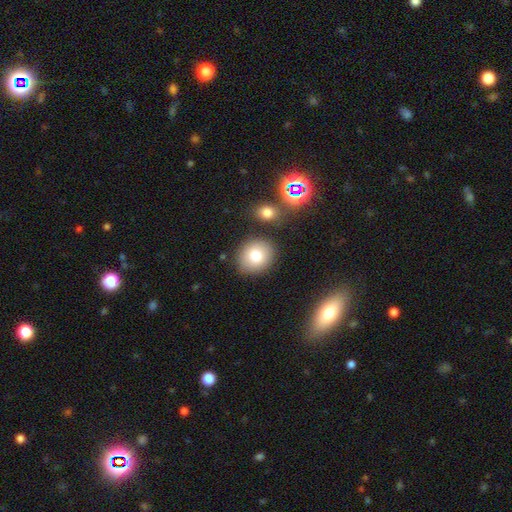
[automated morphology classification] Overall: smooth (80%). How rounded: round (73%). Merging: none (82%).